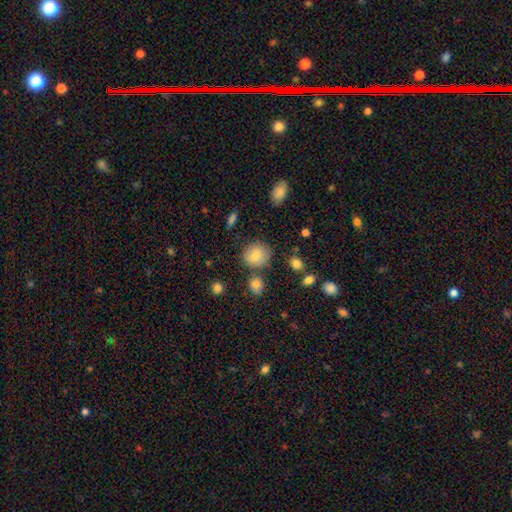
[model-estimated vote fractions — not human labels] smooth_or_featured: smooth (p=0.80) [alt: featured or disk p=0.10]
how_rounded: round (p=0.75) [alt: in between p=0.24]
merging: none (p=0.75) [alt: minor disturbance p=0.14]